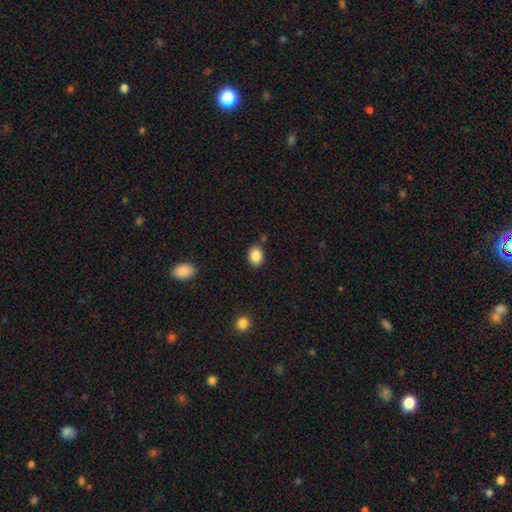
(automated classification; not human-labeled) Overall: smooth (86%). How rounded: in between (58%; round 41%). Merging: none (83%).